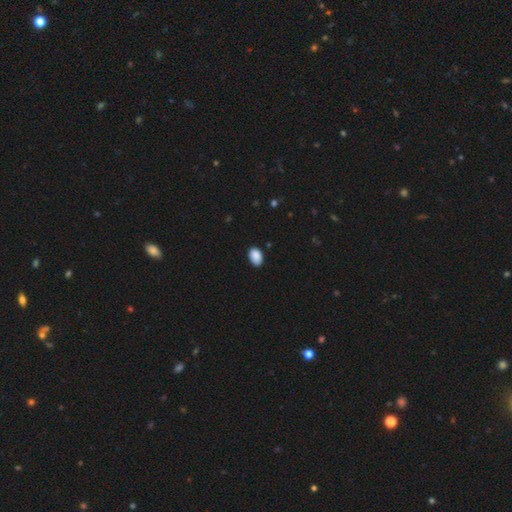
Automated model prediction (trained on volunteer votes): smooth-or-featured: smooth: 89% | star or artifact: 8% | featured or disk: 3%
  how-rounded: in between: 88% | round: 10% | cigar-shaped: 1%
  merging: none: 80% | minor disturbance: 16% | major disturbance: 2% | merger: 1%